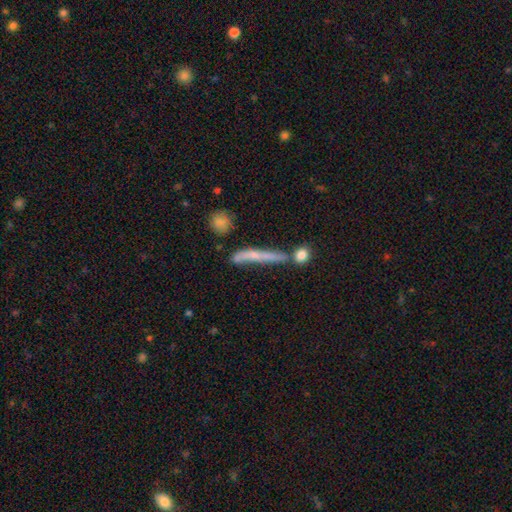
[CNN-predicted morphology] smooth-or-featured: featured or disk: 50% | smooth: 41% | star or artifact: 9%
  merging: none: 59% | minor disturbance: 19% | merger: 14% | major disturbance: 7%